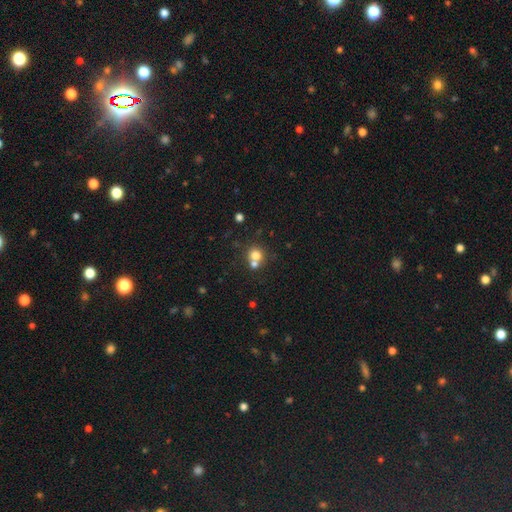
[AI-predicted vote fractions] Q: Smooth or featured?
A: smooth (74%); runner-up: star or artifact (13%)
Q: How rounded?
A: round (87%); runner-up: in between (12%)
Q: Merging?
A: none (47%); runner-up: merger (44%)